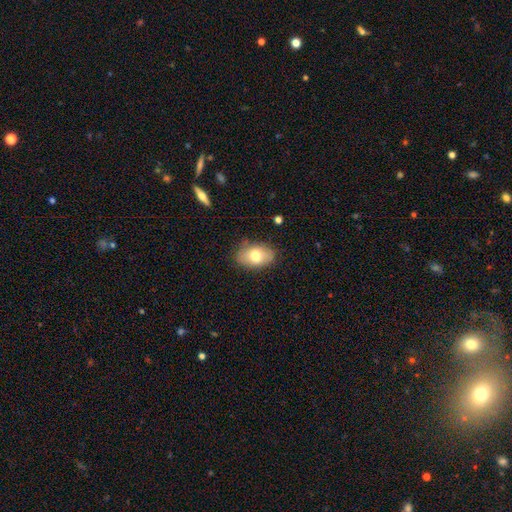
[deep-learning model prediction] A smooth galaxy with no disk features (73%) that is in between round and cigar-shaped (86%). Merging: none (76%).